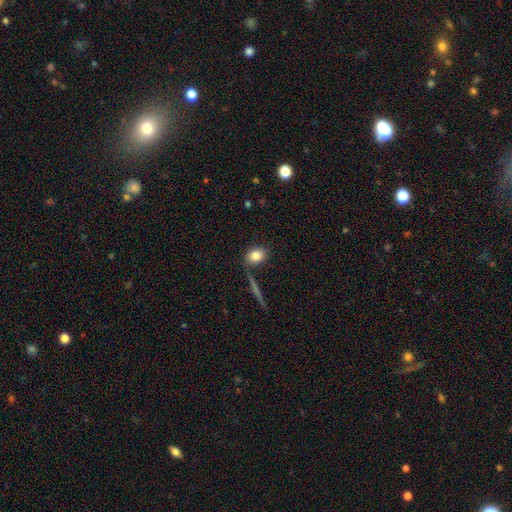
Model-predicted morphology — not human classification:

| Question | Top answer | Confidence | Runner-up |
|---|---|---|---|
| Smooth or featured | smooth | 82% | featured or disk (10%) |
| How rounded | in between | 60% | round (37%) |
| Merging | none | 74% | minor disturbance (13%) |